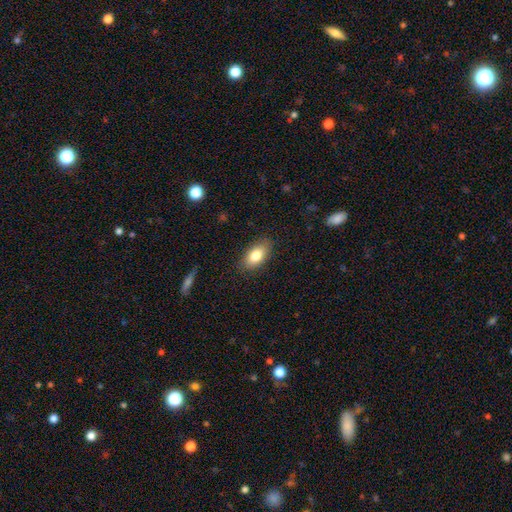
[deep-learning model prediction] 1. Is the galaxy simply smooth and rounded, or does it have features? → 81% smooth, 12% featured or disk, 7% star or artifact.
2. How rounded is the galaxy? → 91% in between, 5% round, 4% cigar-shaped.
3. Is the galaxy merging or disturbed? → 85% none, 11% minor disturbance, 3% major disturbance, 1% merger.